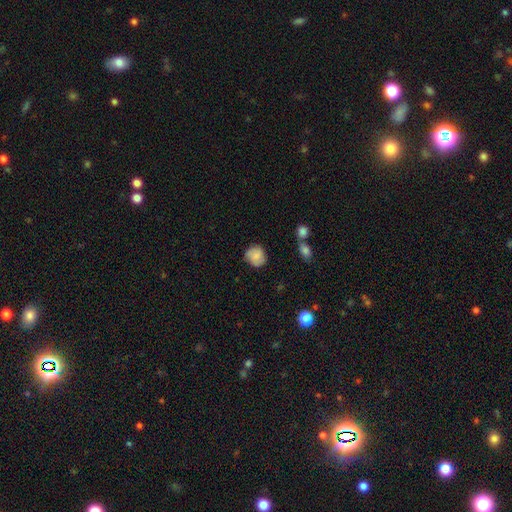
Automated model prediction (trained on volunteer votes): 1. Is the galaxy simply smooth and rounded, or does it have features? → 77% smooth, 15% featured or disk, 8% star or artifact.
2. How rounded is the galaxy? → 79% round, 20% in between, 1% cigar-shaped.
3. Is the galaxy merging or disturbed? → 76% none, 18% minor disturbance, 4% major disturbance, 3% merger.